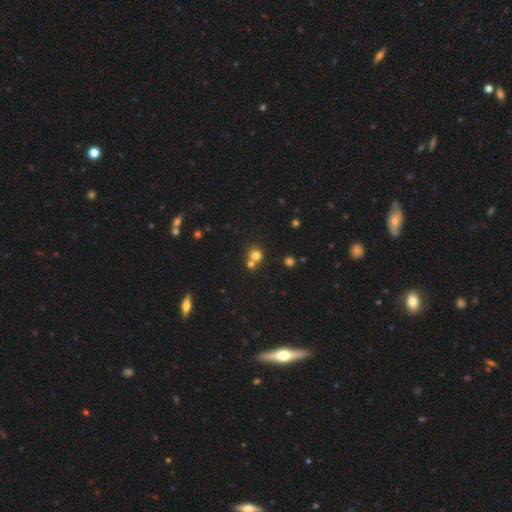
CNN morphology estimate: smooth-or-featured: smooth: 74% | star or artifact: 16% | featured or disk: 9%
  how-rounded: round: 87% | in between: 12% | cigar-shaped: 1%
  merging: none: 51% | merger: 41% | minor disturbance: 6% | major disturbance: 2%